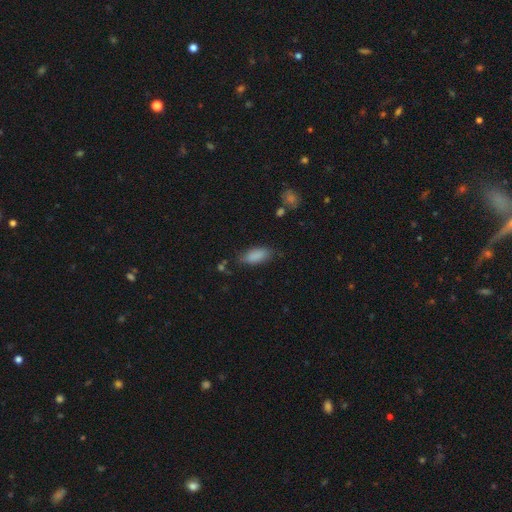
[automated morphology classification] type=smooth (87%); roundness=in between (84%); merging=none (76%).